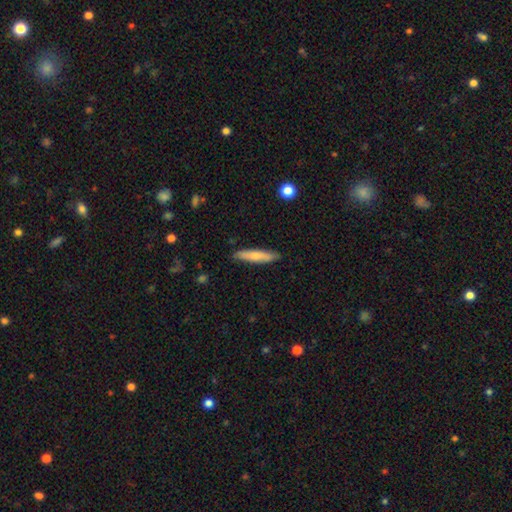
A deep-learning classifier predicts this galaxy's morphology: smooth_or_featured: smooth (p=0.67) [alt: featured or disk p=0.27]
how_rounded: cigar-shaped (p=0.85) [alt: in between p=0.13]
merging: none (p=0.87) [alt: minor disturbance p=0.10]